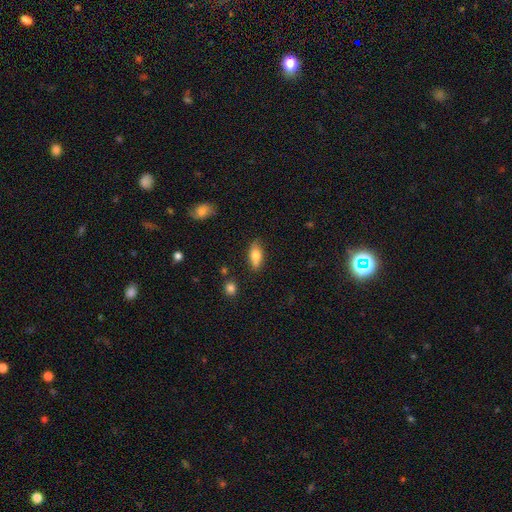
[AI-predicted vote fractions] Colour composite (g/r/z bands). It shows a smooth galaxy with no disk features (76%) that is in between round and cigar-shaped (84%). Merging: none (78%).